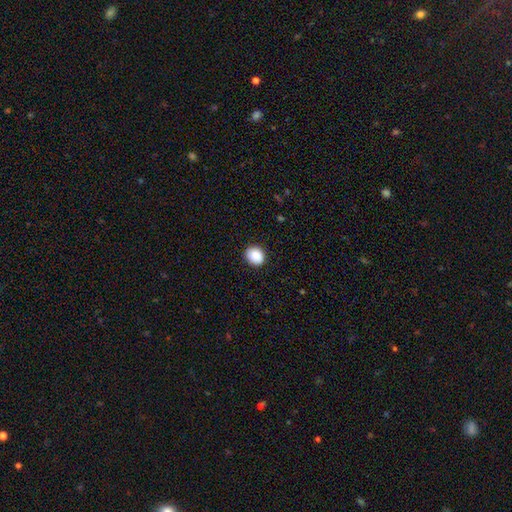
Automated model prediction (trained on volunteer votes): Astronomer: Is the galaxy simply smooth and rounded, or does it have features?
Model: smooth — 89%.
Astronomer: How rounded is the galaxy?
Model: round — 71%.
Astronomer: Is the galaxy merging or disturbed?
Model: none — 89%.